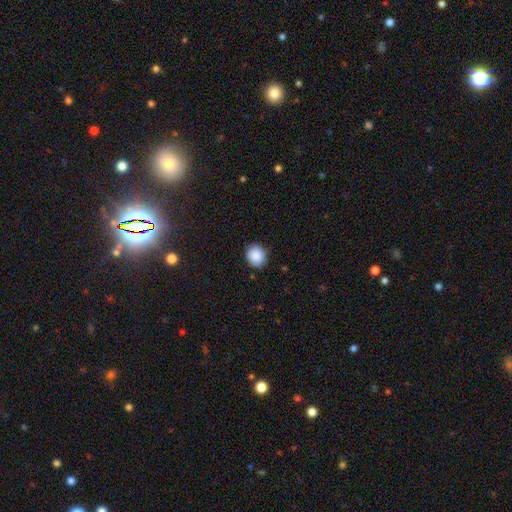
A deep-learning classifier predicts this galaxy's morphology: Smooth or featured? smooth (88%)
How rounded? round (81%)
Merging? none (88%)